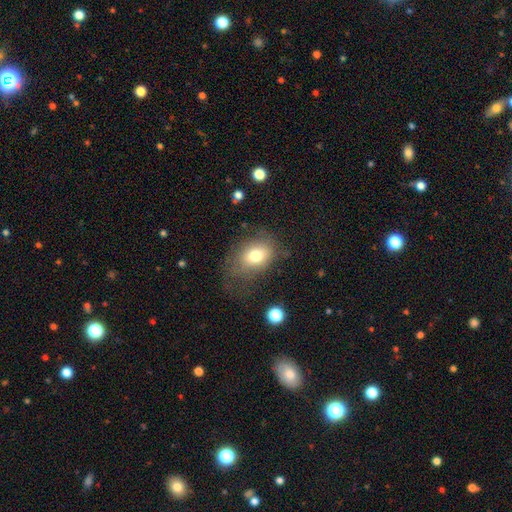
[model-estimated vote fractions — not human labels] This is likely a smooth galaxy (73%). How rounded: likely in between (73%). Merging: possibly none (47%).